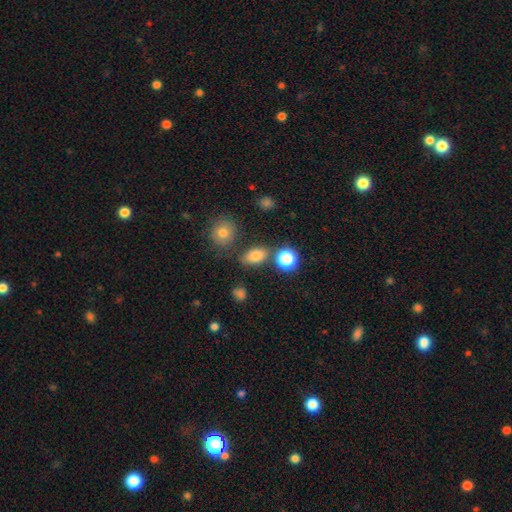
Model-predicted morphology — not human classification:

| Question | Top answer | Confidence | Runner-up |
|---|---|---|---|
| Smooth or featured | smooth | 77% | star or artifact (14%) |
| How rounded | in between | 80% | round (17%) |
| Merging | none | 76% | minor disturbance (12%) |